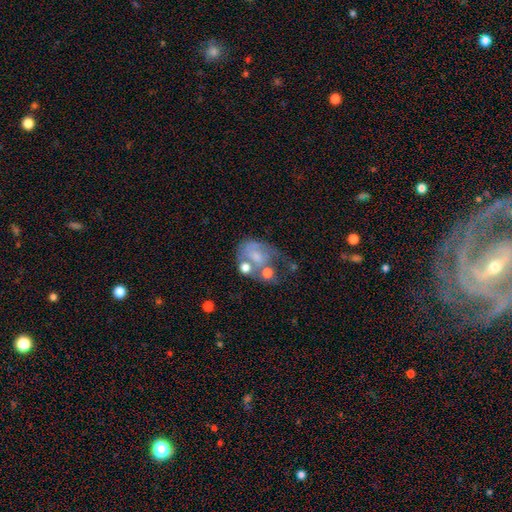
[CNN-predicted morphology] Smooth or featured: featured or disk — 50% (smooth — 39%)
Merging: major disturbance — 32% (merger — 28%)